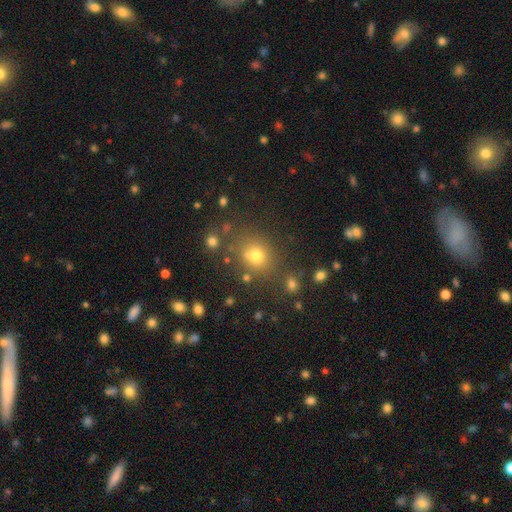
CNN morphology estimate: type=smooth (67%); roundness=round (78%); merging=none (73%).